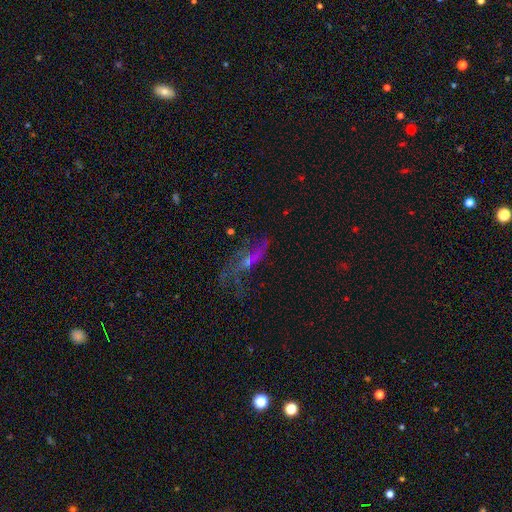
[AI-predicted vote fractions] Smooth or featured: featured or disk — 61% (smooth — 24%)
Edge-on disk: no — 84% (yes — 16%)
Bar: no — 69% (weak — 24%)
Spiral arms: yes — 57% (no — 43%)
Bulge size: small — 61% (moderate — 22%)
Merging: none — 41% (major disturbance — 34%)